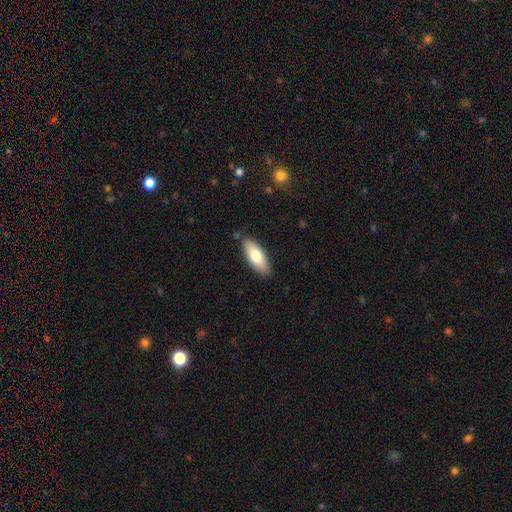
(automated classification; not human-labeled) A smooth galaxy with no disk features (73%) that is in between round and cigar-shaped (74%). Merging: none (85%).